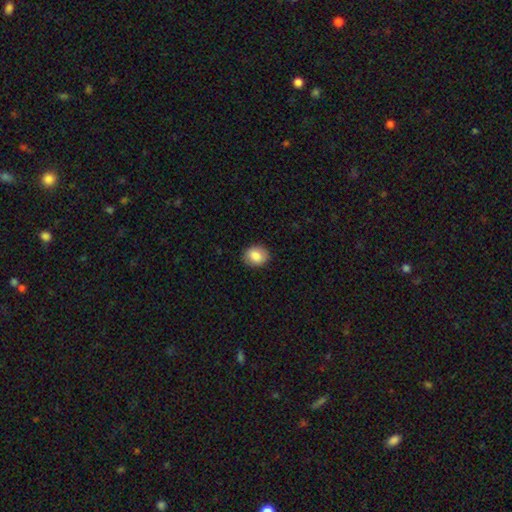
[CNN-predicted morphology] smooth 85%, star or artifact 8%, featured or disk 7%. Down the decision tree: how rounded — round (56%); merging — none (87%).